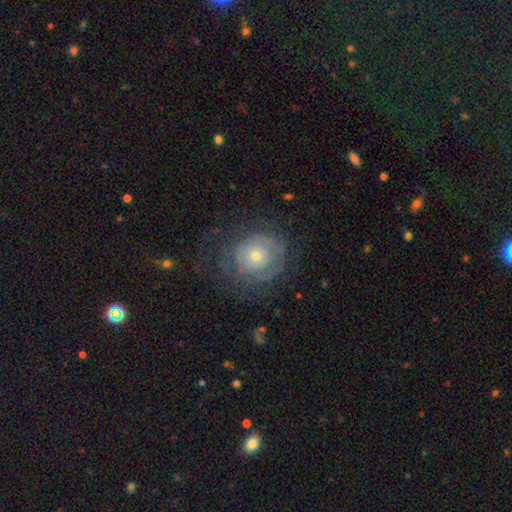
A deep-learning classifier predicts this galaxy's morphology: Overall: featured or disk (63%; smooth 29%). Edge-on disk: no (97%). Bar: no (86%). Spiral arms: yes (68%; no 32%). Bulge size: small (53%; moderate 41%). Merging: none (62%).